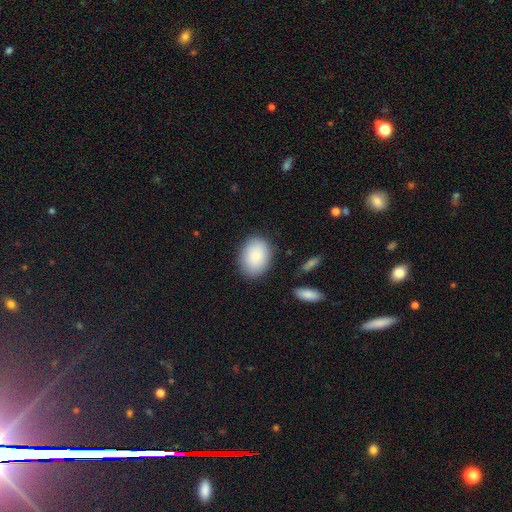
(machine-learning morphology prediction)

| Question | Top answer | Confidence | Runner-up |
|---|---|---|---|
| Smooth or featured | smooth | 88% | star or artifact (6%) |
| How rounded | in between | 72% | round (27%) |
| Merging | none | 84% | minor disturbance (11%) |